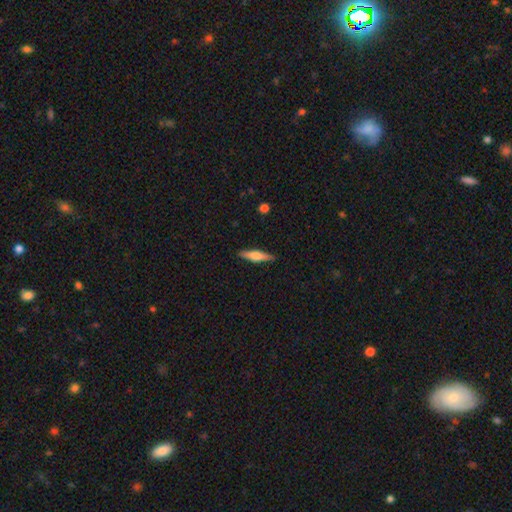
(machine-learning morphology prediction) Overall: smooth (55%; featured or disk 40%). How rounded: cigar-shaped (80%). Merging: none (89%).